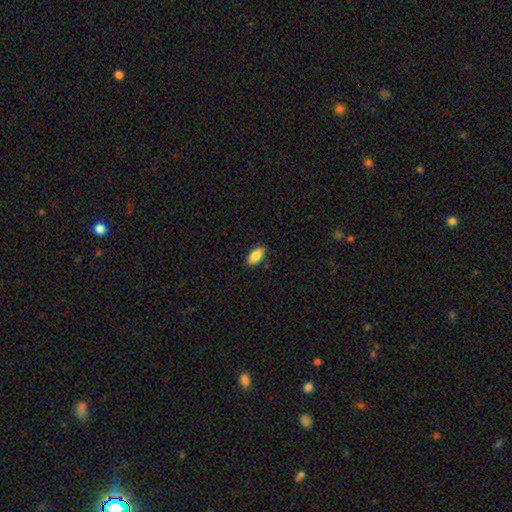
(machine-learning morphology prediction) The model was most divided on "merging": none: 86%, minor disturbance: 11%, major disturbance: 2%, merger: 1%. More confident: how rounded — in between (92%); smooth or featured — smooth (85%).